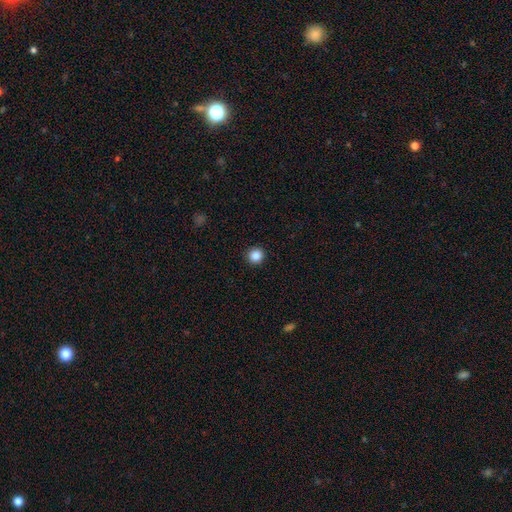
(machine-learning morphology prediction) smooth-or-featured: smooth: 86% | star or artifact: 10% | featured or disk: 3%
  how-rounded: round: 95% | in between: 4% | cigar-shaped: 1%
  merging: none: 93% | minor disturbance: 5% | major disturbance: 2% | merger: 1%